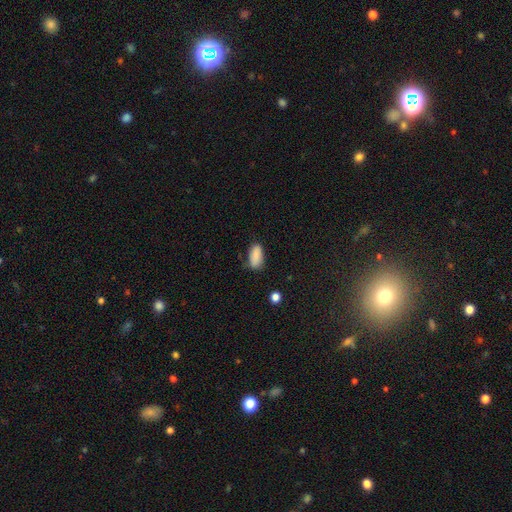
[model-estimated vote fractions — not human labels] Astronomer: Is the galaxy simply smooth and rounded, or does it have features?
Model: smooth — 86%.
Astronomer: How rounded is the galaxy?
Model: in between — 88%.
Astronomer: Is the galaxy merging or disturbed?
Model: none — 69%.